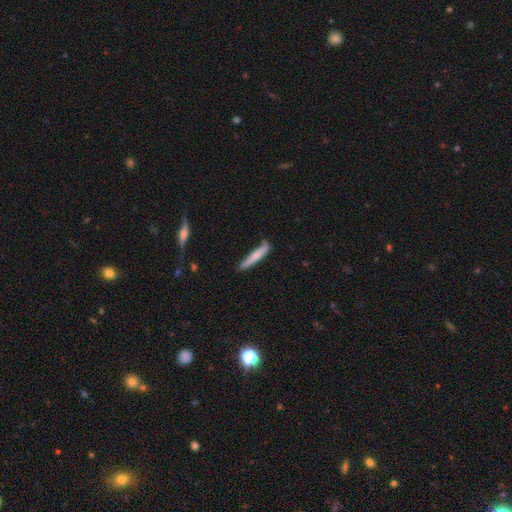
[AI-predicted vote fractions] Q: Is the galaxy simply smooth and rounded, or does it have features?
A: smooth — 68%.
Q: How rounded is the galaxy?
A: cigar-shaped — 93%.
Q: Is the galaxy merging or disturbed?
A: none — 71%.